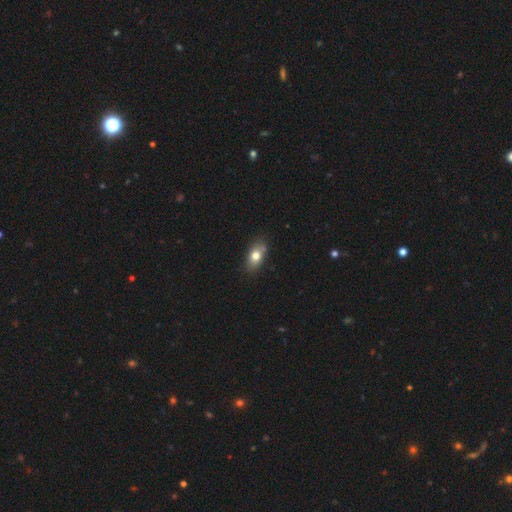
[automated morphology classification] smooth 75%, featured or disk 17%, star or artifact 8%. Down the decision tree: how rounded — in between (83%); merging — none (74%).